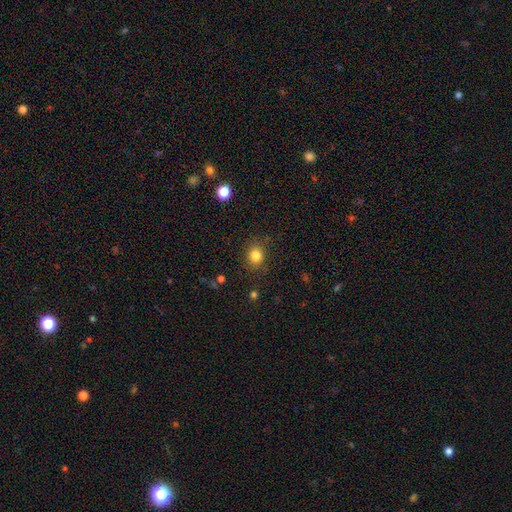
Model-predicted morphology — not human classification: Smooth or featured? smooth (83%)
How rounded? round (67%)
Merging? none (84%)